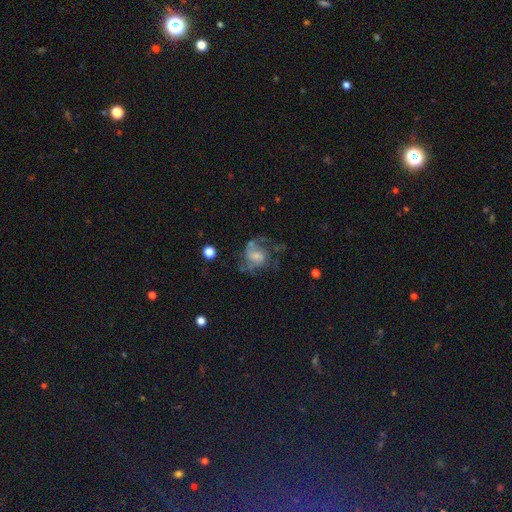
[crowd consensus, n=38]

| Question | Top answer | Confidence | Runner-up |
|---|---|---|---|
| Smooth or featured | featured or disk | 50% | smooth (45%) |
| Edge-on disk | no | 100% | — |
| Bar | no | 74% | weak (26%) |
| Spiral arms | yes | 53% | no (47%) |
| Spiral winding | medium | 40% | tied: loose (40%) |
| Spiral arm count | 2 | 50% | 3 (20%) |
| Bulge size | small | 37% | moderate (26%) |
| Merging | major disturbance | 58% | none (22%) |